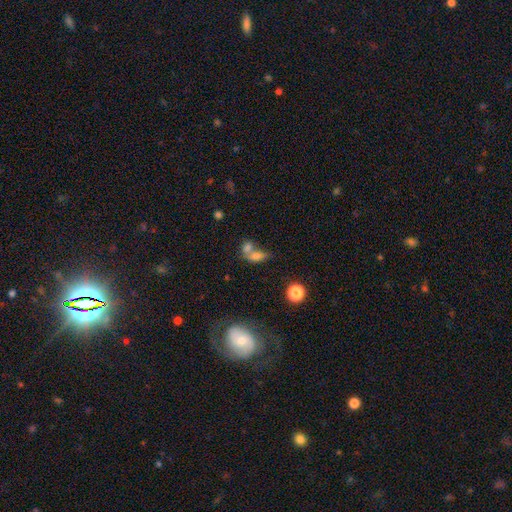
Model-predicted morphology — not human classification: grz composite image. It shows a smooth galaxy with no disk features (72%) that is in between round and cigar-shaped (79%). Merging: merger (62%).